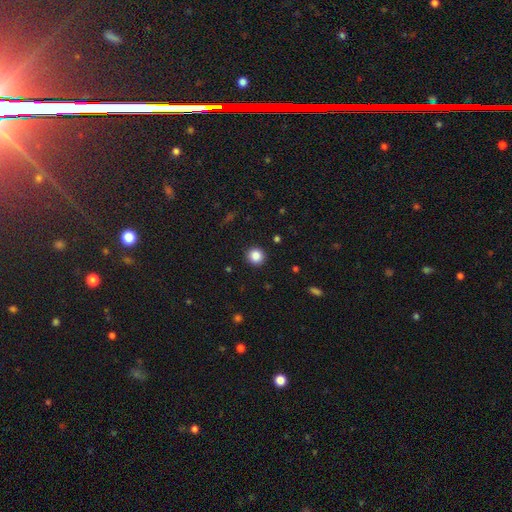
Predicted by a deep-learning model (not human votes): smooth 86%, star or artifact 10%, featured or disk 4%. Down the decision tree: how rounded — round (93%); merging — none (92%).